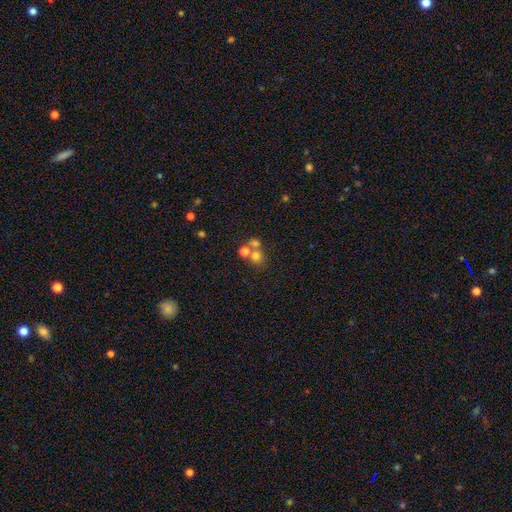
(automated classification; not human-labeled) smooth_or_featured: smooth (p=0.65) [alt: star or artifact p=0.18]
how_rounded: round (p=0.82) [alt: in between p=0.17]
merging: merger (p=0.48) [alt: none p=0.42]